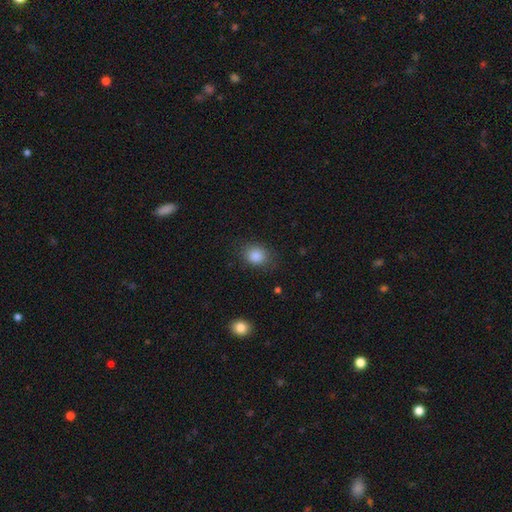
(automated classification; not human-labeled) Smooth or featured? smooth (86%)
How rounded? round (57%)
Merging? none (80%)